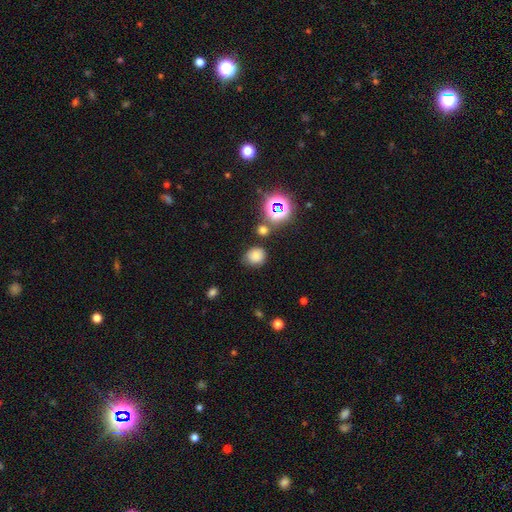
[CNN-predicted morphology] smooth_or_featured: smooth (p=0.74) [alt: star or artifact p=0.19]
how_rounded: round (p=0.77) [alt: in between p=0.22]
merging: none (p=0.74) [alt: minor disturbance p=0.16]